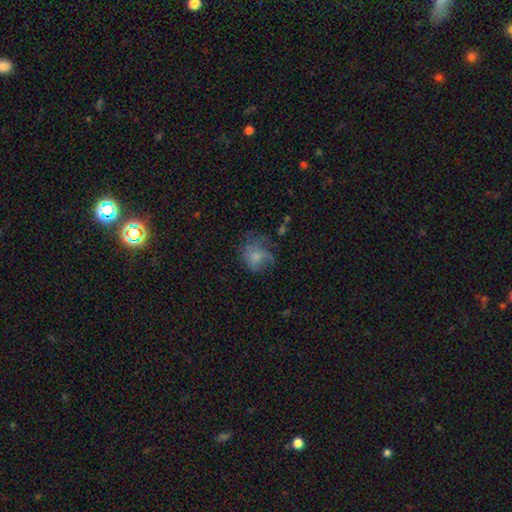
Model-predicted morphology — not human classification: A smooth galaxy with no disk features (64%) that is round (67%). Merging: none (43%).